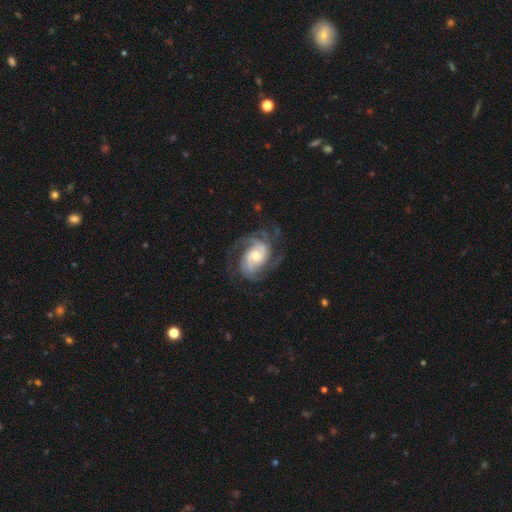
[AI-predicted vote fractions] smooth_or_featured: featured or disk (p=0.89) [alt: smooth p=0.06]
disk_edge_on: no (p=0.98) [alt: yes p=0.02]
bar: no (p=0.59) [alt: weak p=0.32]
has_spiral_arms: yes (p=0.97) [alt: no p=0.03]
spiral_winding: tight (p=0.47) [alt: medium p=0.41]
spiral_arm_count: 3 (p=0.34) [alt: 2 p=0.31]
bulge_size: moderate (p=0.60) [alt: small p=0.29]
merging: none (p=0.69) [alt: minor disturbance p=0.18]